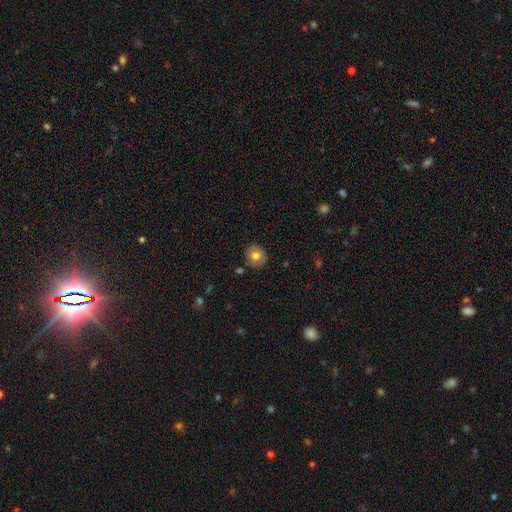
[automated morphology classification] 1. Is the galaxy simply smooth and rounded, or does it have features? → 73% smooth, 18% featured or disk, 9% star or artifact.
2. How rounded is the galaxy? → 76% round, 23% in between, 1% cigar-shaped.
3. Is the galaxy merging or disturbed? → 84% none, 11% minor disturbance, 3% merger, 2% major disturbance.